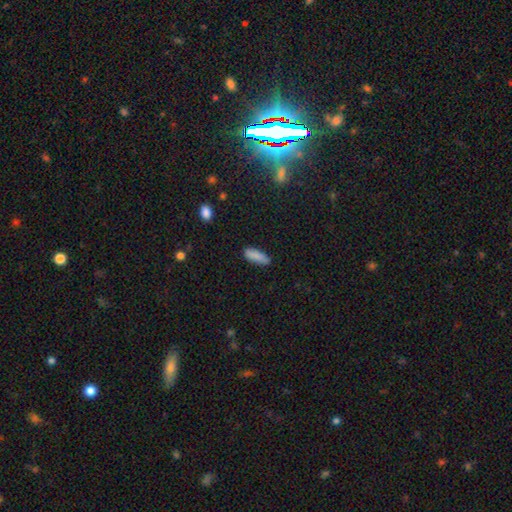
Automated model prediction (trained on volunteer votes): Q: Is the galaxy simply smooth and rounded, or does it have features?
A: smooth — 87%.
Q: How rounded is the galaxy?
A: in between — 57%.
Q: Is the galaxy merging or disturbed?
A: none — 81%.